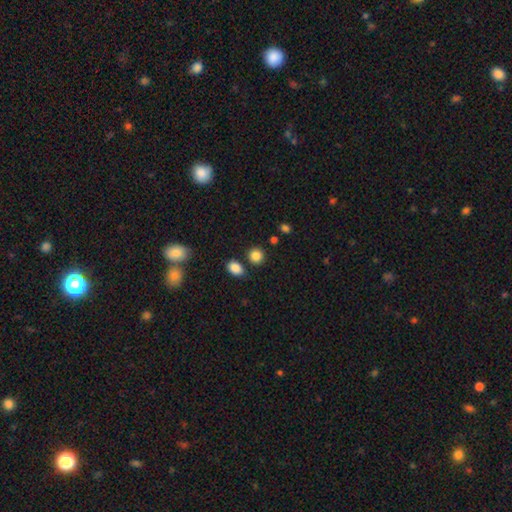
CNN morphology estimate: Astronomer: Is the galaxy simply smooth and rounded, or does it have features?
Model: smooth — 85%.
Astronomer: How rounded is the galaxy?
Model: round — 81%.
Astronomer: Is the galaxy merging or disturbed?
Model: none — 80%.